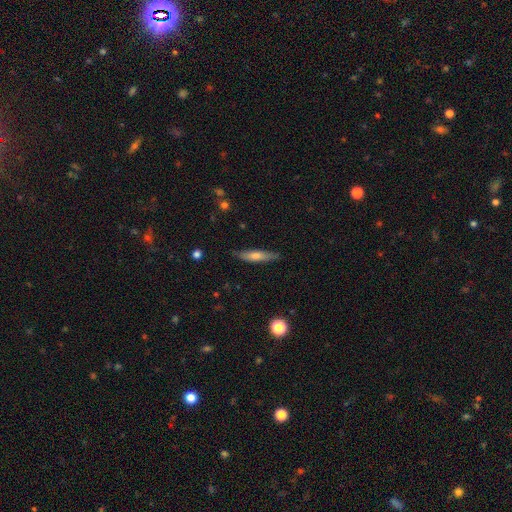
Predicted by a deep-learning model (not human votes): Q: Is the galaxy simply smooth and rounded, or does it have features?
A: smooth — 55%.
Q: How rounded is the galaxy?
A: cigar-shaped — 84%.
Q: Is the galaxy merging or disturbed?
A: none — 86%.